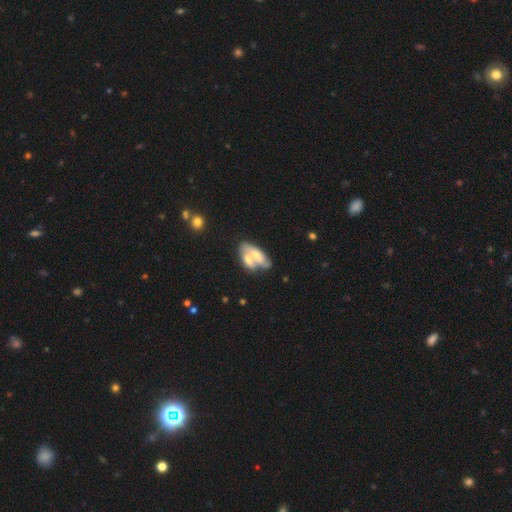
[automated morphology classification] Q: Smooth or featured?
A: smooth (56%); runner-up: featured or disk (38%)
Q: How rounded?
A: in between (83%); runner-up: cigar-shaped (12%)
Q: Merging?
A: merger (64%); runner-up: none (21%)